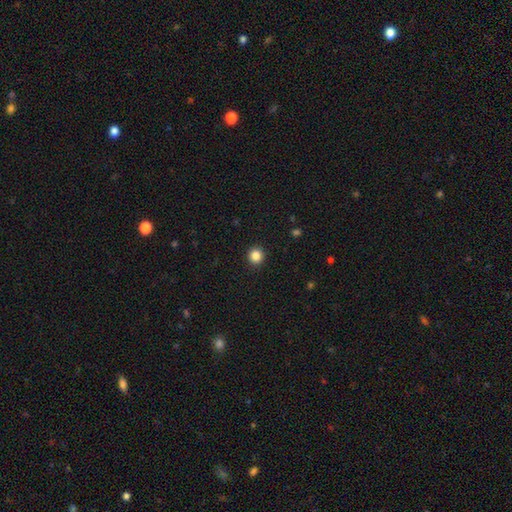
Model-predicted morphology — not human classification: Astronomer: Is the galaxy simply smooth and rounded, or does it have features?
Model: smooth — 85%.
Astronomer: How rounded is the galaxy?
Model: round — 93%.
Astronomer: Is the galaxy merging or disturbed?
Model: none — 93%.